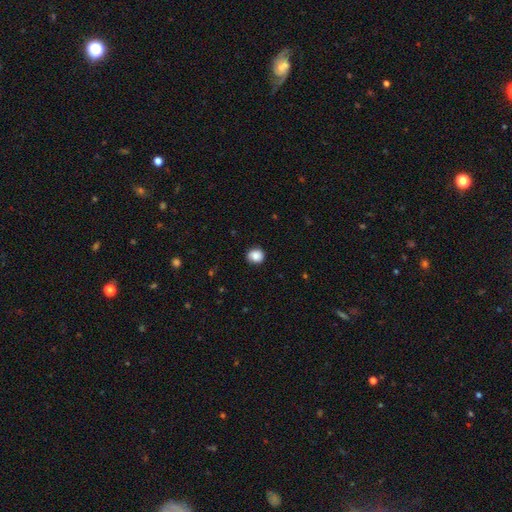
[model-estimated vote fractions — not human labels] Smooth or featured? Predicted: smooth (p=0.86). How rounded? Predicted: round (p=0.83). Merging? Predicted: none (p=0.87).